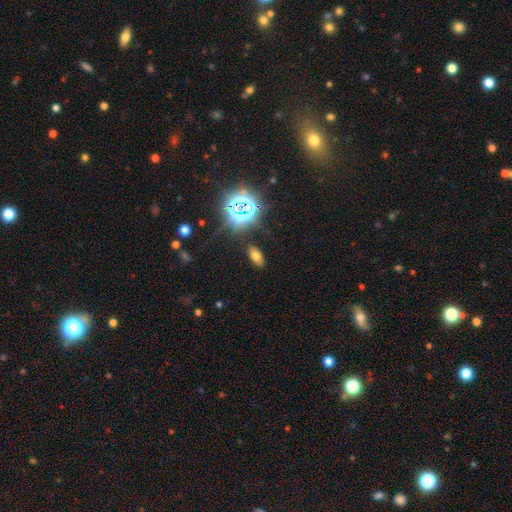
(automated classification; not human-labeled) smooth 57%, star or artifact 30%, featured or disk 13%. Down the decision tree: how rounded — in between (88%); merging — none (86%).